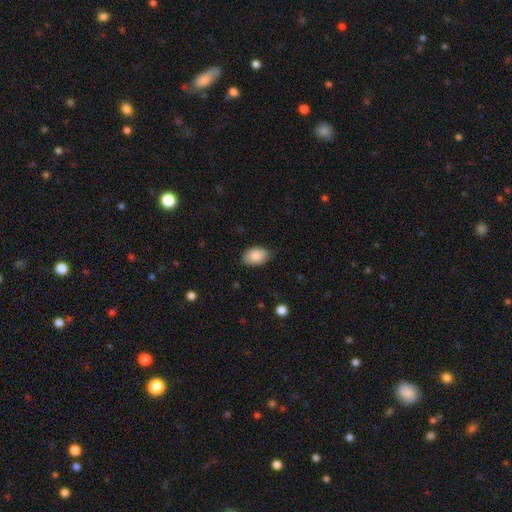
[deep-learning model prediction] Q: Smooth or featured?
A: smooth (86%); runner-up: star or artifact (7%)
Q: How rounded?
A: in between (90%); runner-up: round (9%)
Q: Merging?
A: none (82%); runner-up: minor disturbance (14%)